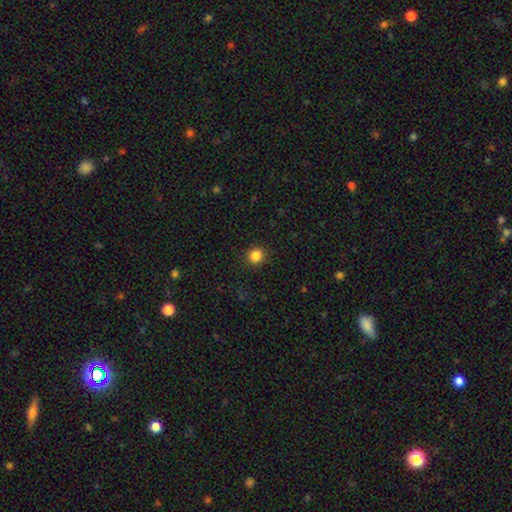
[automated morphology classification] Smooth or featured? Predicted: smooth (p=0.85). How rounded? Predicted: round (p=0.92). Merging? Predicted: none (p=0.91).